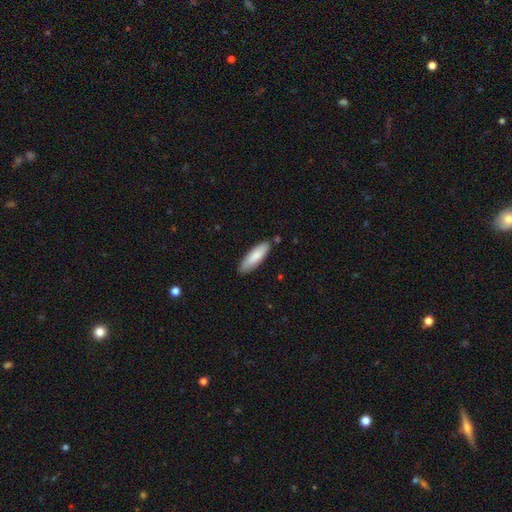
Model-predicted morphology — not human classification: smooth_or_featured: smooth (p=0.83) [alt: featured or disk p=0.12]
how_rounded: cigar-shaped (p=0.52) [alt: in between p=0.47]
merging: none (p=0.83) [alt: minor disturbance p=0.13]